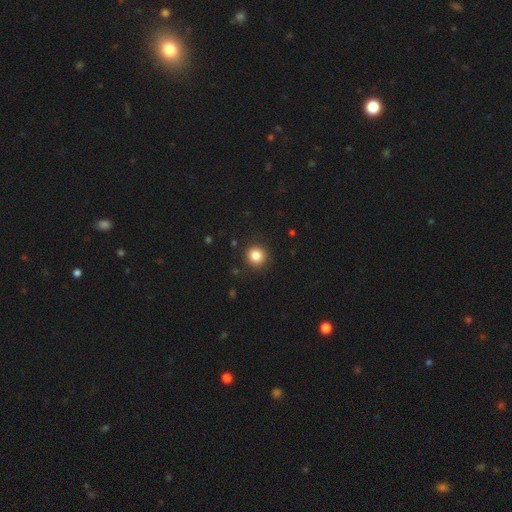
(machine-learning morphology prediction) This is clearly a smooth galaxy (84%). How rounded: clearly round (94%). Merging: clearly none (91%).